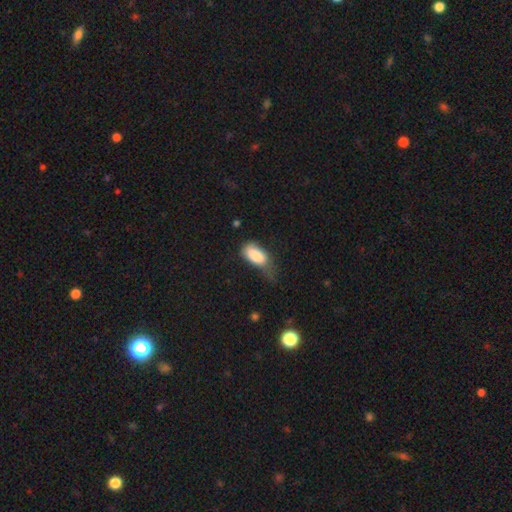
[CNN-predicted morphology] A smooth galaxy with no disk features (84%) that is in between round and cigar-shaped (92%).

Vote fractions:
- Smooth or featured? smooth: 84% / featured or disk: 9% / star or artifact: 7%
- How rounded? in between: 92% / cigar-shaped: 5% / round: 3%
- Merging? minor disturbance: 42% / none: 28% / major disturbance: 27% / merger: 3%